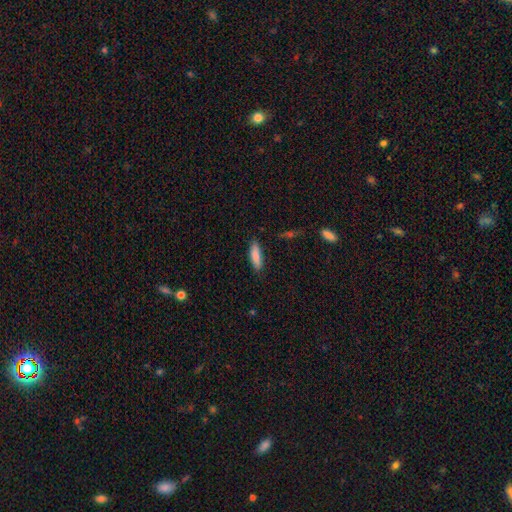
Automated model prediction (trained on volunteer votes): Smooth or featured? Predicted: smooth (p=0.86). How rounded? Predicted: cigar-shaped (p=0.52). Merging? Predicted: none (p=0.84).